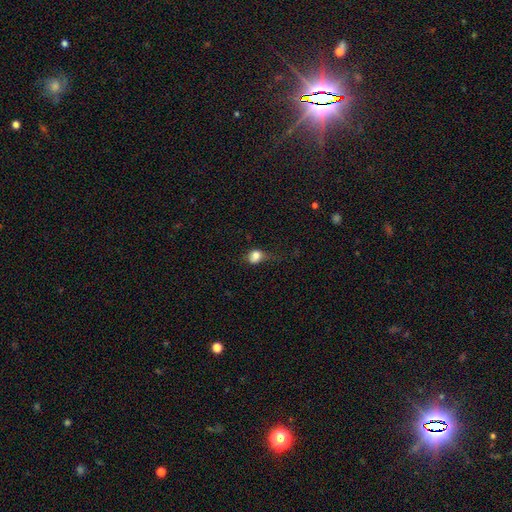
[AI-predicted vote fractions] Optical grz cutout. It shows a smooth galaxy with no disk features (78%) that is round (59%). Merging: none (34%).